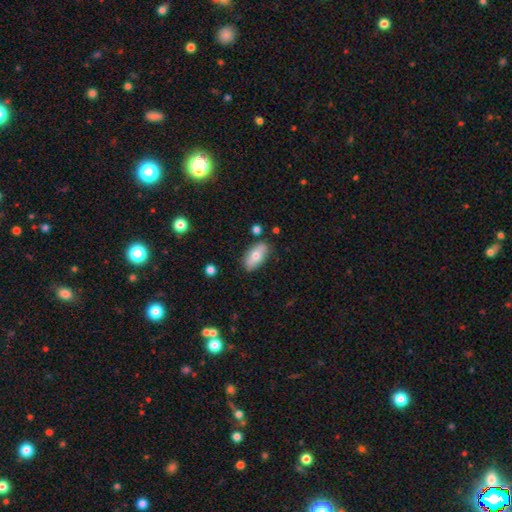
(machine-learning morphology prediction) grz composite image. It shows a smooth galaxy with no disk features (67%) that is in between round and cigar-shaped (90%). Merging: none (80%).